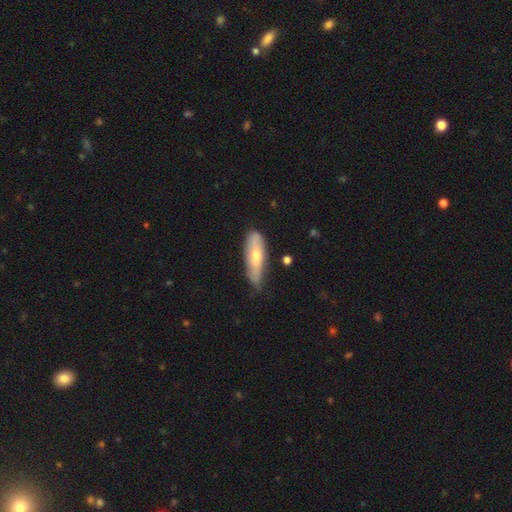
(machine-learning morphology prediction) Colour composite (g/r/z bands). It shows a smooth galaxy with no disk features (56%) that is in between round and cigar-shaped (54%). Merging: none (61%).